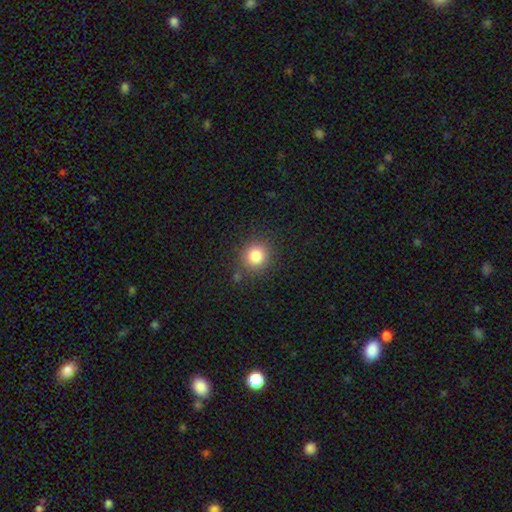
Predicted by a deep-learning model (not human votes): Smooth or featured: smooth — 82% (star or artifact — 11%)
How rounded: round — 87% (in between — 12%)
Merging: none — 84% (minor disturbance — 10%)